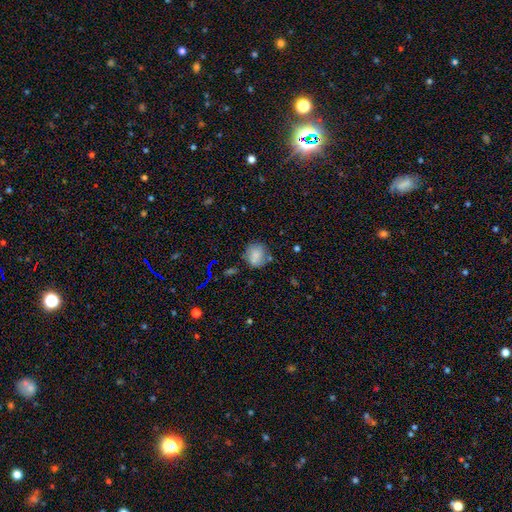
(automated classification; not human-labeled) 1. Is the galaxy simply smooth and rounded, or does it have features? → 76% smooth, 13% featured or disk, 11% star or artifact.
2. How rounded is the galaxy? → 79% round, 20% in between, 1% cigar-shaped.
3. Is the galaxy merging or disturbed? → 70% none, 18% minor disturbance, 7% merger, 5% major disturbance.